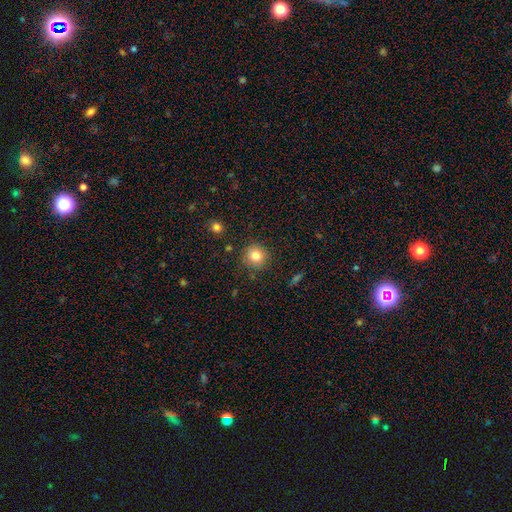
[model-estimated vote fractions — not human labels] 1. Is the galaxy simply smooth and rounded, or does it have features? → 81% smooth, 11% star or artifact, 8% featured or disk.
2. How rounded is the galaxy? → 92% round, 7% in between, 1% cigar-shaped.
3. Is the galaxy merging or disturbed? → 87% none, 8% minor disturbance, 3% major disturbance, 2% merger.